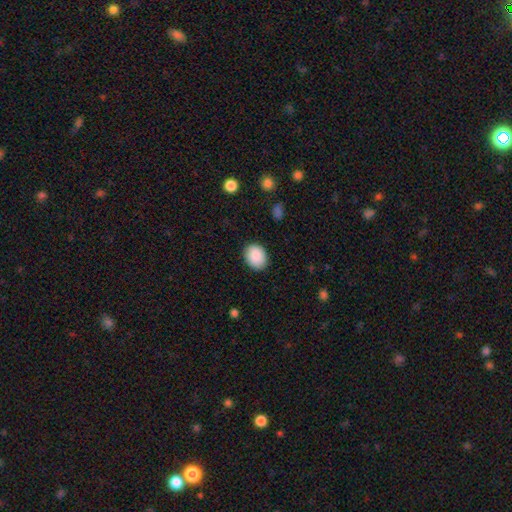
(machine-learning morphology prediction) Smooth or featured?
  - smooth: 89% *
  - star or artifact: 7%
  - featured or disk: 4%
How rounded?
  - in between: 55% *
  - round: 44%
  - cigar-shaped: 1%
Merging?
  - none: 88% *
  - minor disturbance: 9%
  - major disturbance: 2%
  - merger: 1%